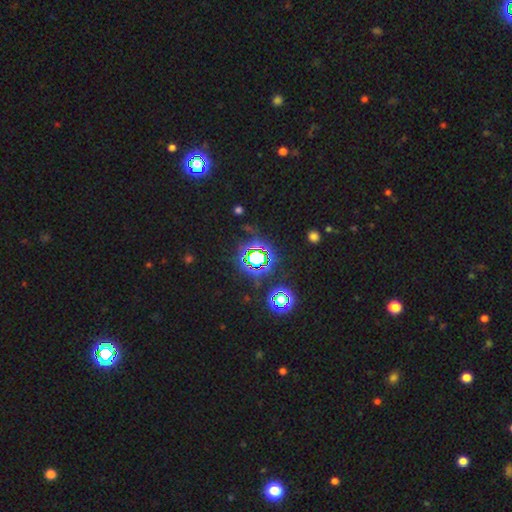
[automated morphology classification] Smooth or featured: star or artifact — 73% (smooth — 17%)